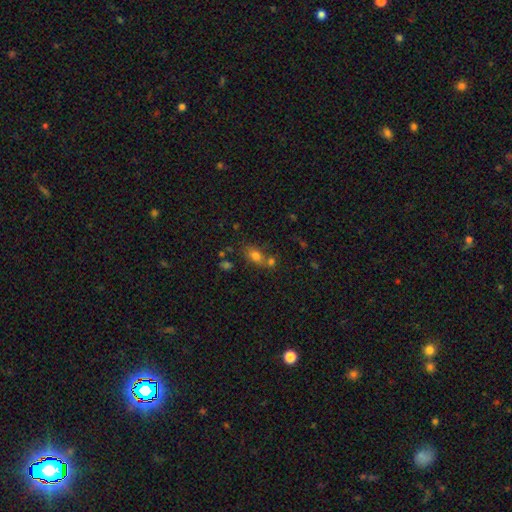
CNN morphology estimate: This appears to be a smooth galaxy with no disk features (74%) that is in between round and cigar-shaped (73%). Merging: none (49%).